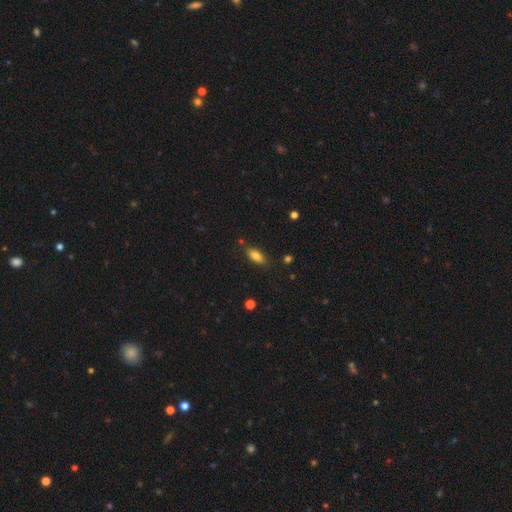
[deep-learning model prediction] Morphology: type=smooth (82%); roundness=in between (83%); merging=none (81%).